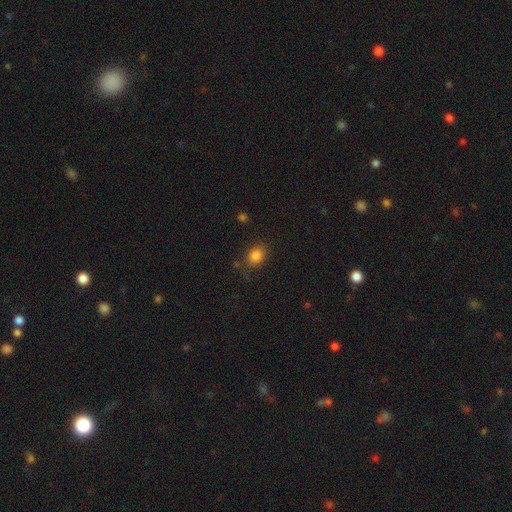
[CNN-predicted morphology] A smooth galaxy with no disk features (83%) that is round (58%).

Vote fractions:
- Smooth or featured? smooth: 83% / star or artifact: 11% / featured or disk: 5%
- How rounded? round: 58% / in between: 41% / cigar-shaped: 1%
- Merging? none: 78% / minor disturbance: 15% / major disturbance: 5% / merger: 3%